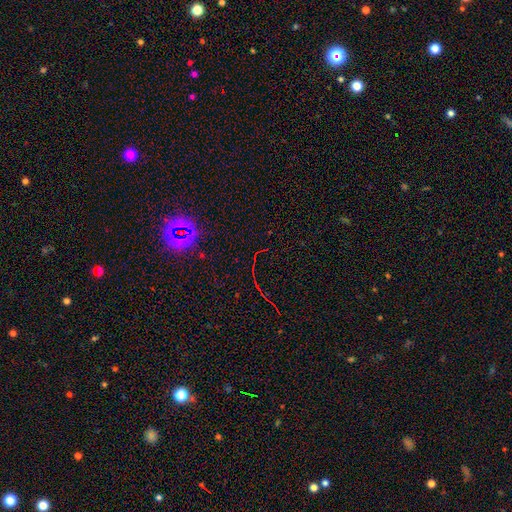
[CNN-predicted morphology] Overall: star or artifact (77%).